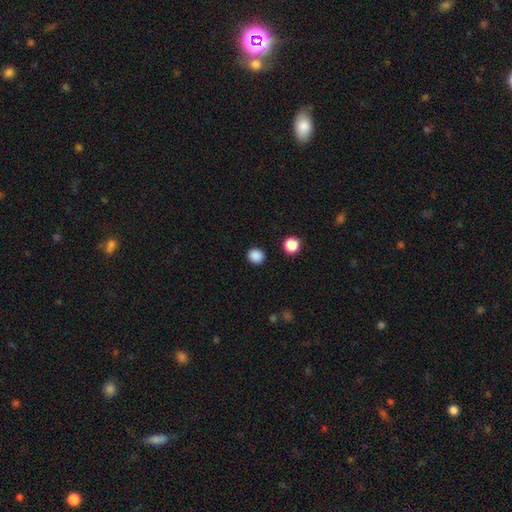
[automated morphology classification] This appears to be a smooth galaxy with no disk features (87%) that is round (86%). Merging: none (91%).